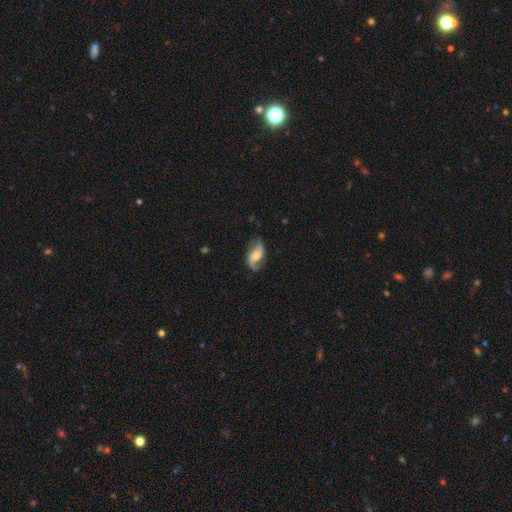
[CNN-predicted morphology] A featured or disk galaxy (81%) with no bar (43%), 2 (89%) loose (64%) spiral arms (95%) and a moderate central bulge (53%). Merging: none (72%).